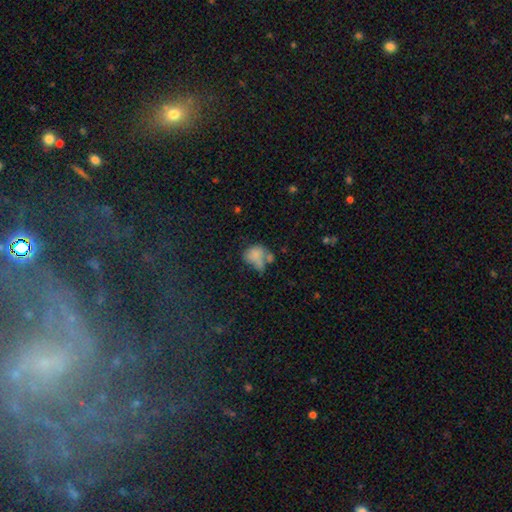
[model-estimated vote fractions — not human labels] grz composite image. It shows a smooth galaxy with no disk features (69%) that is in between round and cigar-shaped (60%). Merging: merger (30%).